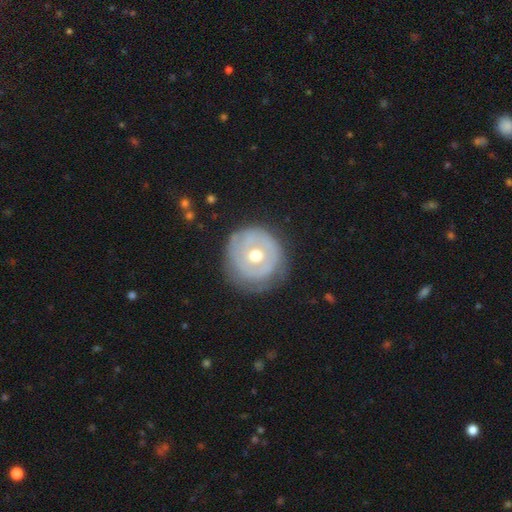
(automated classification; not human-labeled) The model was most divided on "smooth or featured": featured or disk: 55%, smooth: 39%, star or artifact: 6%. More confident: edge-on disk — no (96%); bar — no (85%); bulge size — moderate (76%); merging — none (66%); spiral arms — no (63%).